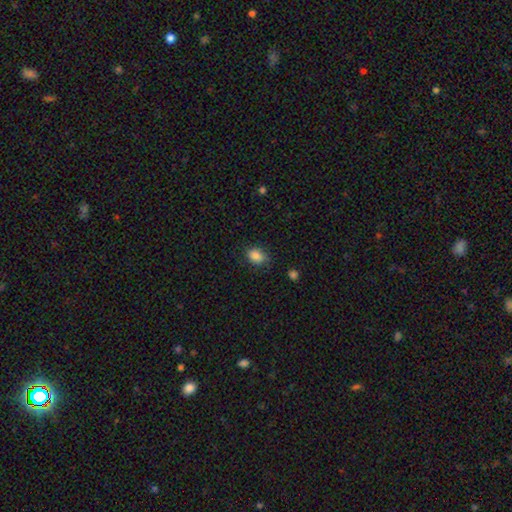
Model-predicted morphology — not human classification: smooth-or-featured: smooth: 86% | star or artifact: 9% | featured or disk: 5%
  how-rounded: in between: 68% | round: 31% | cigar-shaped: 1%
  merging: none: 77% | minor disturbance: 18% | major disturbance: 4% | merger: 1%